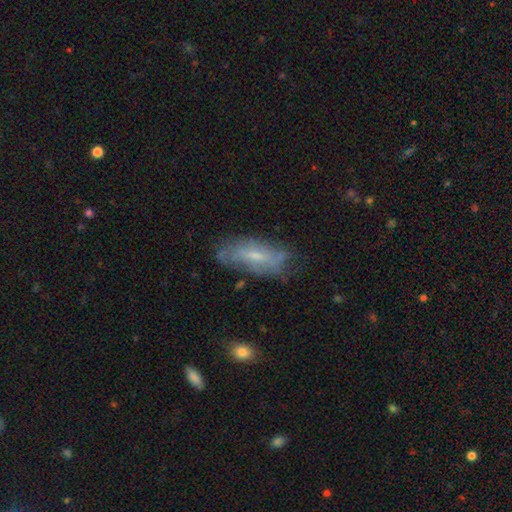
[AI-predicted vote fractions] This appears to be a featured or disk galaxy (53%). Merging: none (62%).